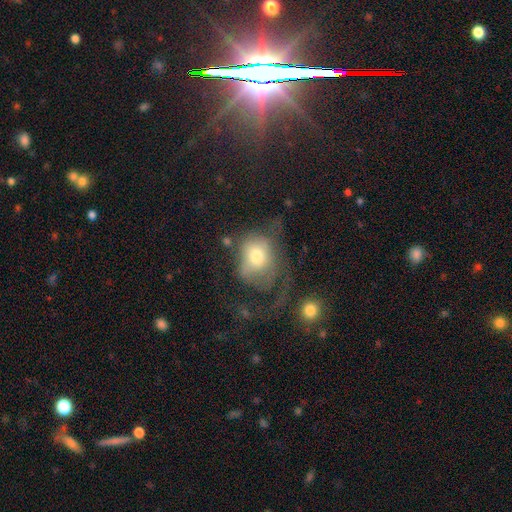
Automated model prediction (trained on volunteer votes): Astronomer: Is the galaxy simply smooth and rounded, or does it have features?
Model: smooth — 58%.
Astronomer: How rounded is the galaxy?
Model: round — 51% (runner-up: in between, 47%).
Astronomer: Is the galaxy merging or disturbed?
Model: major disturbance — 54%.